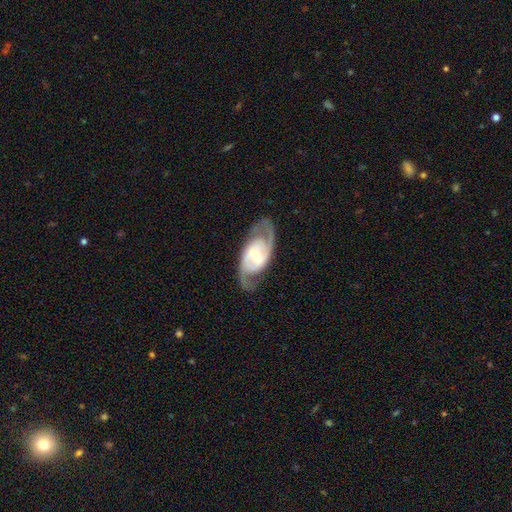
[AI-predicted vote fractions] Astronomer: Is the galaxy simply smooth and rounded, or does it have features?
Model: featured or disk — 86%.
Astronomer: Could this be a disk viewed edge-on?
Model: no — 95%.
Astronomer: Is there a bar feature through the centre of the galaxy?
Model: weak — 48% (runner-up: strong, 32%).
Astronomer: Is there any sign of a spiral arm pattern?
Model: yes — 94%.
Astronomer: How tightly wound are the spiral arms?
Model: medium — 52%.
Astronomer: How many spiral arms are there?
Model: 2 — 91%.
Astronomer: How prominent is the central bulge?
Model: moderate — 48%.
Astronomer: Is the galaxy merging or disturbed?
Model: none — 77%.